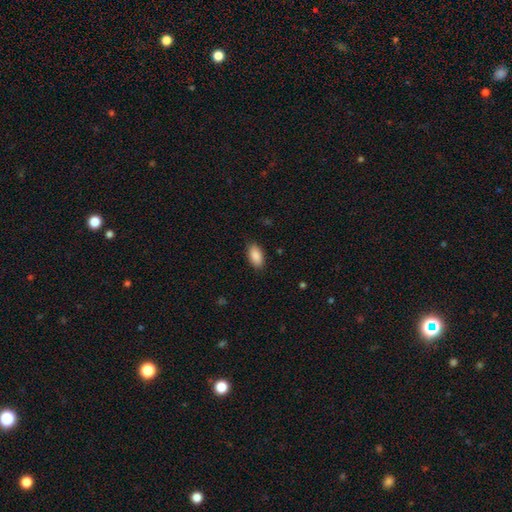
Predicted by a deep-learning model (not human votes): smooth-or-featured: smooth: 90% | star or artifact: 7% | featured or disk: 4%
  how-rounded: in between: 94% | round: 3% | cigar-shaped: 3%
  merging: none: 86% | minor disturbance: 11% | major disturbance: 3% | merger: 1%